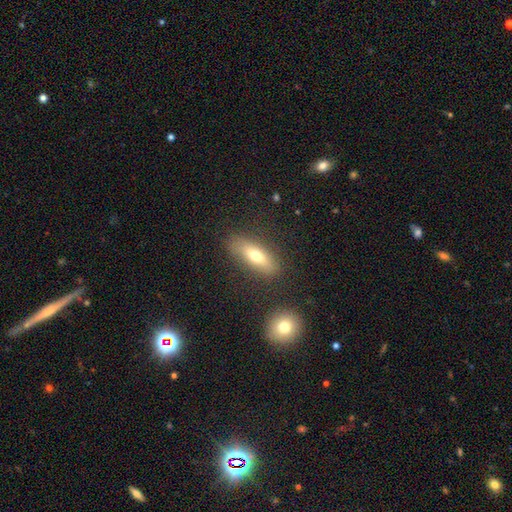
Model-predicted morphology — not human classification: The model was most divided on "how rounded": in between: 58%, cigar-shaped: 39%, round: 3%. More confident: merging — none (81%); smooth or featured — smooth (65%).